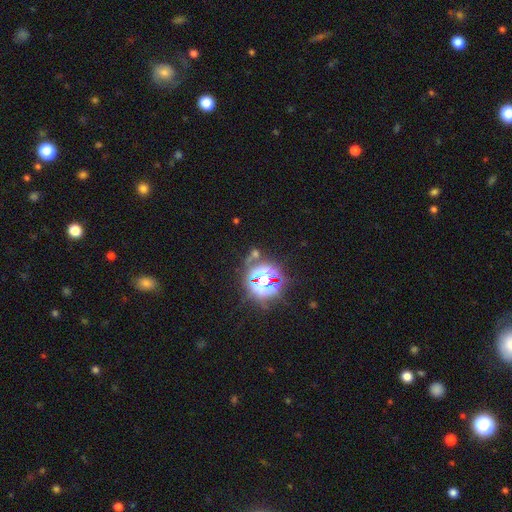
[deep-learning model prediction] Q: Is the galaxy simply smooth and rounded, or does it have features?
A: star or artifact — 76%.